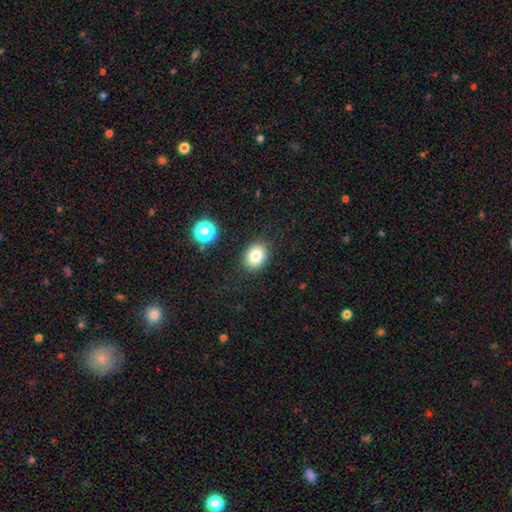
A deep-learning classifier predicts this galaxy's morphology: A smooth galaxy with no disk features (81%) that is round (52%). Merging: none (87%).